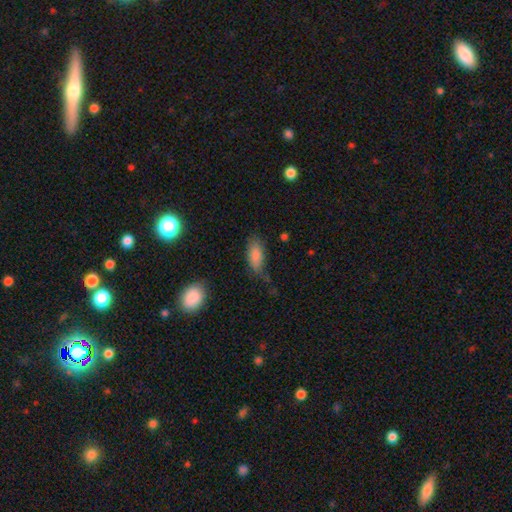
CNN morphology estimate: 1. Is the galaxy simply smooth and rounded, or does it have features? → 83% smooth, 9% featured or disk, 8% star or artifact.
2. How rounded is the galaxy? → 87% in between, 10% cigar-shaped, 3% round.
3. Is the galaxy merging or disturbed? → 54% none, 30% minor disturbance, 12% major disturbance, 4% merger.